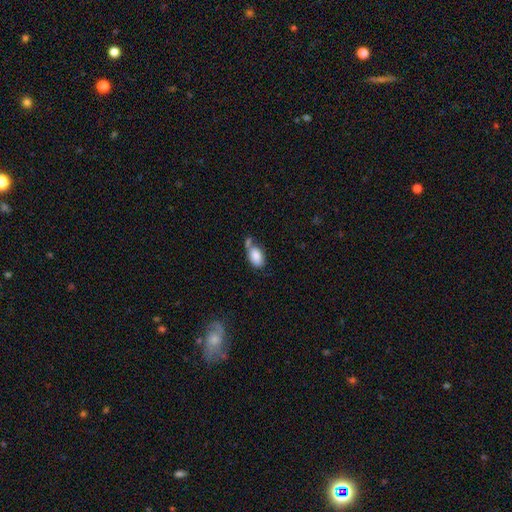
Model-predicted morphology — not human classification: Smooth or featured?
  - smooth: 84% *
  - featured or disk: 9%
  - star or artifact: 7%
How rounded?
  - in between: 92% *
  - round: 6%
  - cigar-shaped: 2%
Merging?
  - none: 42% *
  - merger: 29%
  - minor disturbance: 20%
  - major disturbance: 8%